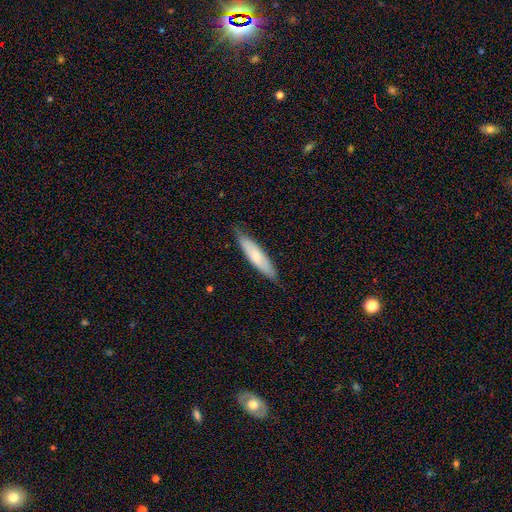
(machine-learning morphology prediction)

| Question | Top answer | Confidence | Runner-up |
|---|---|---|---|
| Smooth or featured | smooth | 70% | featured or disk (25%) |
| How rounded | cigar-shaped | 72% | in between (26%) |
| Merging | none | 82% | minor disturbance (15%) |